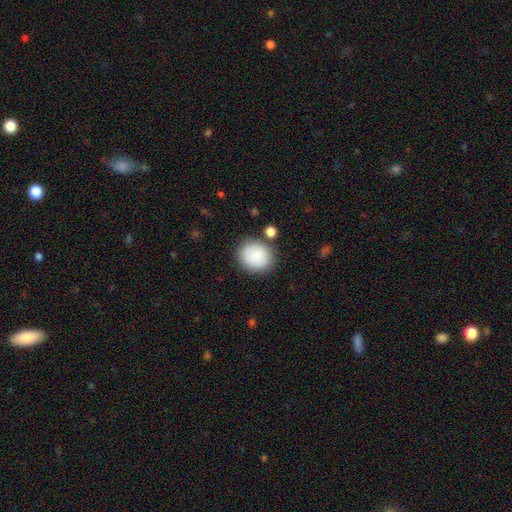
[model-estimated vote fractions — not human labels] smooth 84%, featured or disk 9%, star or artifact 8%. Down the decision tree: how rounded — round (80%); merging — none (80%).